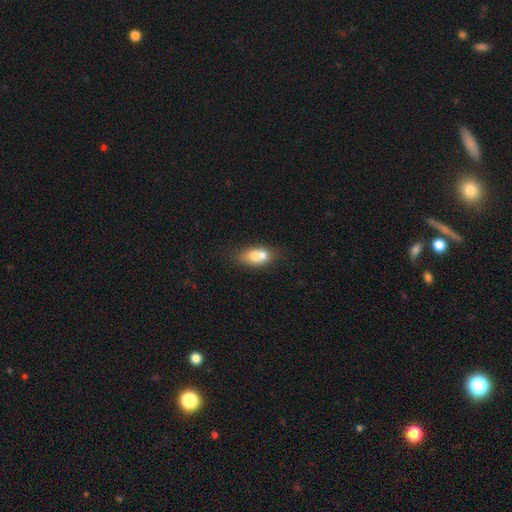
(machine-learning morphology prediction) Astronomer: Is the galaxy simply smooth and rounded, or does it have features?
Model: smooth — 66%.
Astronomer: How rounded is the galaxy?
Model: in between — 70%.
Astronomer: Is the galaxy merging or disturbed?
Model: merger — 54% (runner-up: none, 33%).